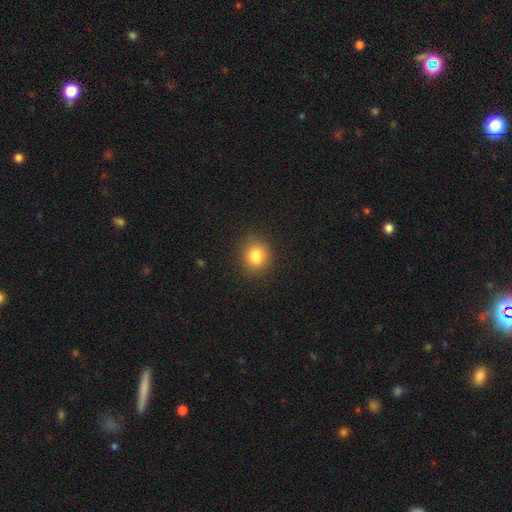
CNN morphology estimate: Smooth or featured: smooth — 82% (star or artifact — 11%)
How rounded: round — 77% (in between — 22%)
Merging: none — 86% (minor disturbance — 10%)